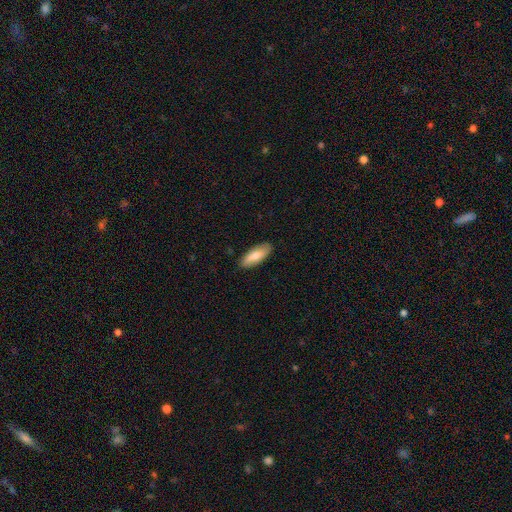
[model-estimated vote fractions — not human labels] Smooth or featured?
  - smooth: 76% *
  - featured or disk: 18%
  - star or artifact: 5%
How rounded?
  - in between: 72% *
  - cigar-shaped: 26%
  - round: 2%
Merging?
  - none: 88% *
  - minor disturbance: 9%
  - major disturbance: 2%
  - merger: 1%